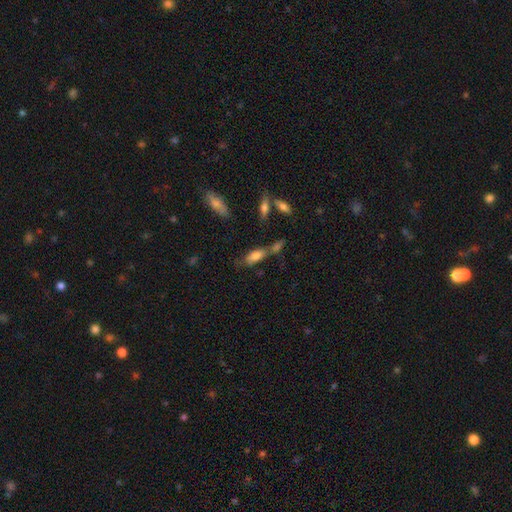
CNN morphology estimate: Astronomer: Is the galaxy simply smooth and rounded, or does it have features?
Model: smooth — 75%.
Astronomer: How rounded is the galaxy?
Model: in between — 74%.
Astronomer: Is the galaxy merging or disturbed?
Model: none — 41% (runner-up: merger, 31%).